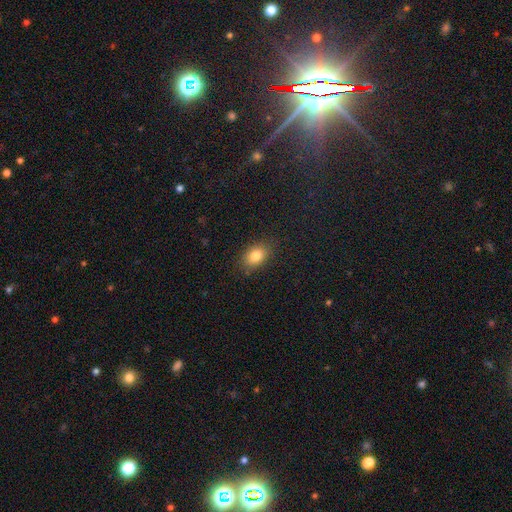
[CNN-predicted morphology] Overall: smooth (82%). How rounded: in between (81%). Merging: none (85%).